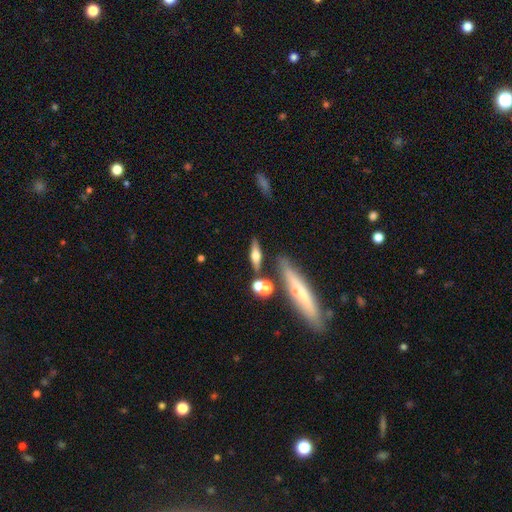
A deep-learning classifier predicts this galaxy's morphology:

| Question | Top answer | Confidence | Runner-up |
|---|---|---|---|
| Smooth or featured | featured or disk | 50% | smooth (41%) |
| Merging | none | 72% | minor disturbance (12%) |